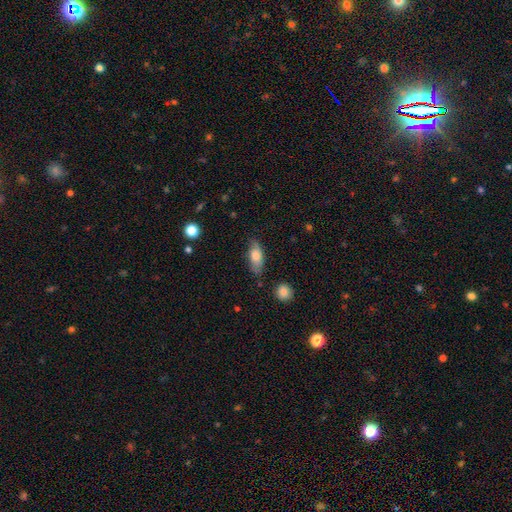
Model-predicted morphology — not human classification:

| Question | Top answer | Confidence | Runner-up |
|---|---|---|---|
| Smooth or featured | smooth | 70% | featured or disk (23%) |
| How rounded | in between | 82% | cigar-shaped (14%) |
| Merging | none | 72% | minor disturbance (21%) |